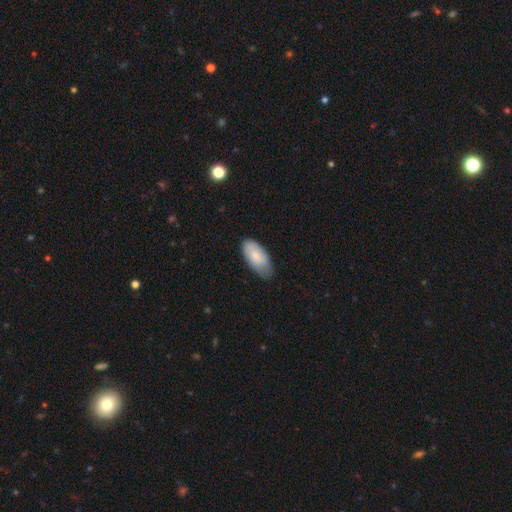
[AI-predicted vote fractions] Morphology: type=smooth (78%); roundness=in between (93%); merging=none (71%).